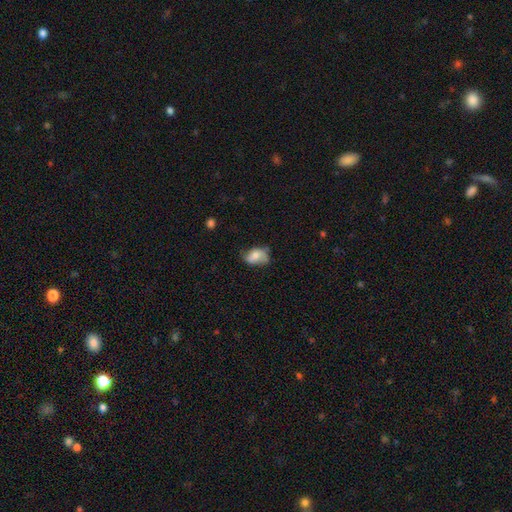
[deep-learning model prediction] This appears to be a smooth galaxy with no disk features (61%) that is in between round and cigar-shaped (82%). Merging: none (47%).